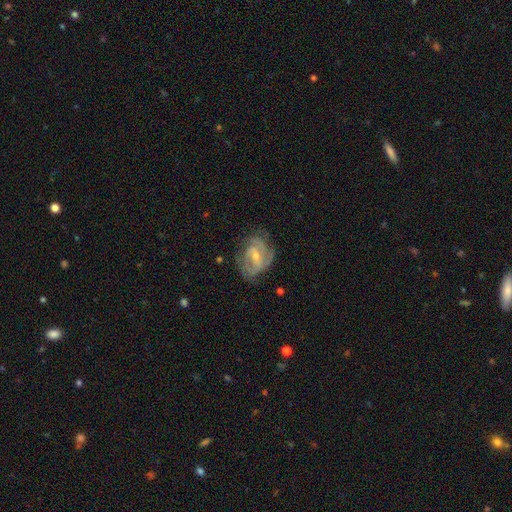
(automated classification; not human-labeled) Smooth or featured?
  - featured or disk: 78% *
  - smooth: 14%
  - star or artifact: 8%
Edge-on disk?
  - no: 96% *
  - yes: 4%
Bar?
  - weak: 48% *
  - no: 27%
  - strong: 25%
Spiral arms?
  - yes: 86% *
  - no: 14%
Spiral winding?
  - tight: 45% *
  - medium: 41%
  - loose: 14%
Spiral arm count?
  - 2: 40% *
  - can't tell: 30%
  - 3: 18%
  - 1: 5%
  - 4: 4%
  - more than 4: 3%
Bulge size?
  - small: 56% *
  - moderate: 40%
  - none: 3%
  - large: 1%
  - dominant: 1%
Merging?
  - none: 63% *
  - minor disturbance: 23%
  - major disturbance: 12%
  - merger: 2%